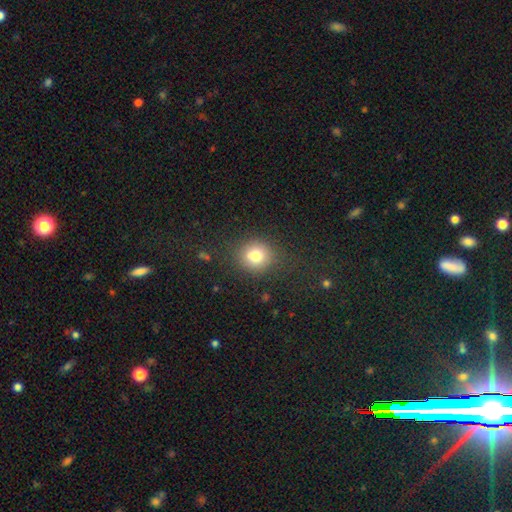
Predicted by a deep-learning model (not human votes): This appears to be a smooth galaxy with no disk features (78%) that is round (80%). Merging: none (80%).